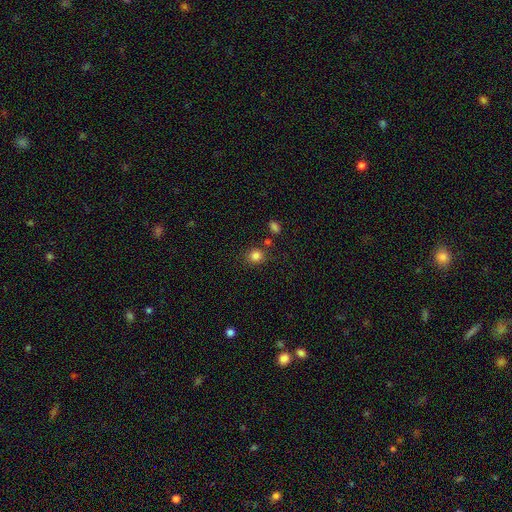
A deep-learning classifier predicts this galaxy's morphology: This appears to be a smooth galaxy with no disk features (83%) that is round (83%). Merging: none (79%).